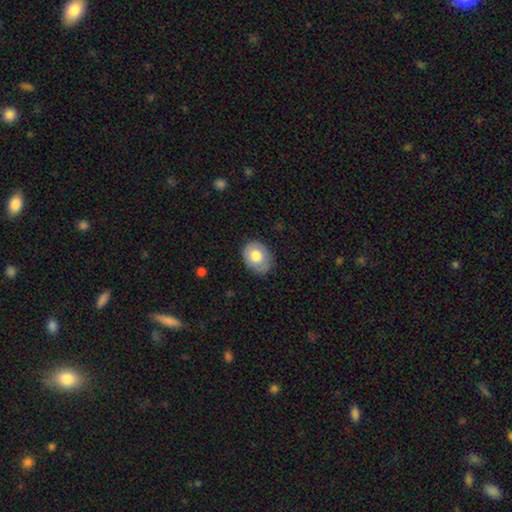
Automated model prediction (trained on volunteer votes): A smooth galaxy with no disk features (75%) that is in between round and cigar-shaped (65%). Merging: none (79%).